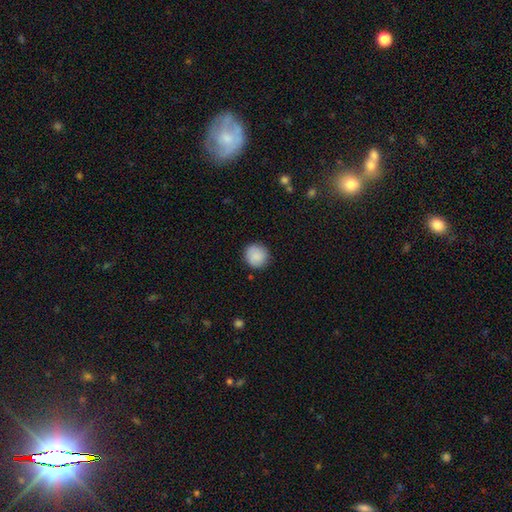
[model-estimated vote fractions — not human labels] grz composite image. It shows a smooth galaxy with no disk features (87%) that is round (93%). Merging: none (88%).